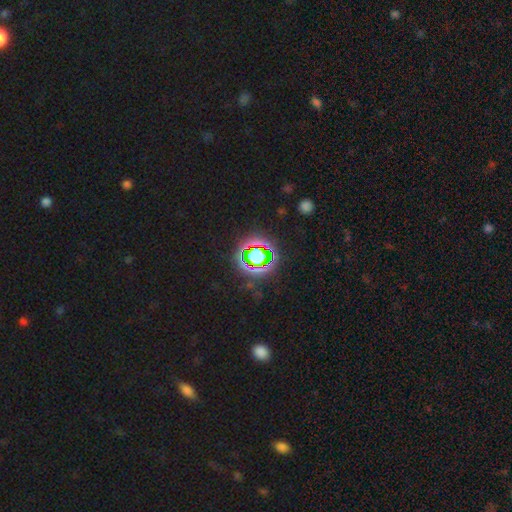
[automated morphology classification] smooth-or-featured: star or artifact: 68% | smooth: 20% | featured or disk: 12%